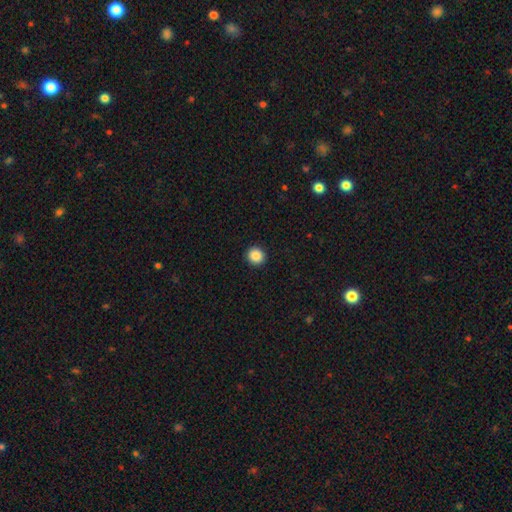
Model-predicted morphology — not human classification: Smooth or featured: smooth — 87% (star or artifact — 9%)
How rounded: round — 91% (in between — 8%)
Merging: none — 93% (minor disturbance — 4%)